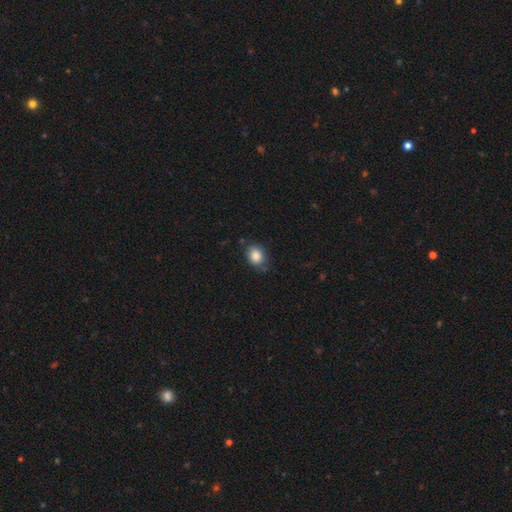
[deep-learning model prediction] The model was most divided on "how rounded": in between: 56%, round: 43%, cigar-shaped: 1%. More confident: smooth or featured — smooth (86%); merging — none (74%).